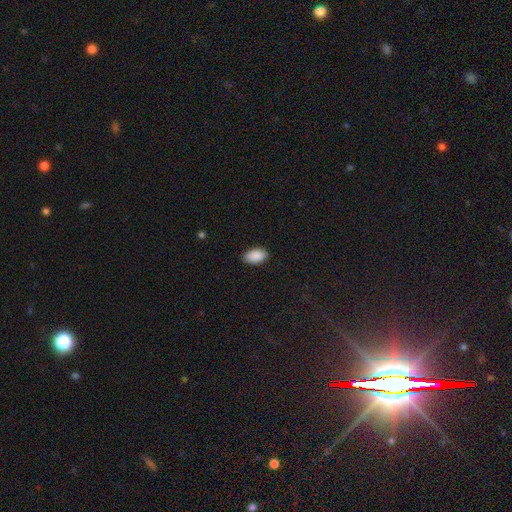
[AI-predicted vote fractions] The model was most divided on "merging": none: 88%, minor disturbance: 9%, major disturbance: 2%, merger: 1%. More confident: how rounded — in between (94%); smooth or featured — smooth (91%).